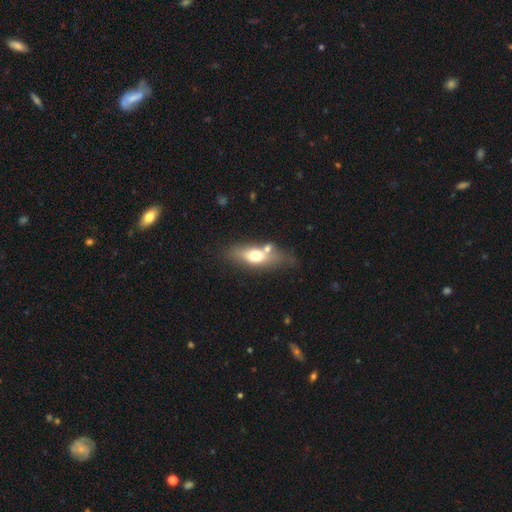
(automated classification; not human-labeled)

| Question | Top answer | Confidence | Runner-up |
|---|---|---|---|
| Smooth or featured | smooth | 57% | featured or disk (35%) |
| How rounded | in between | 66% | cigar-shaped (28%) |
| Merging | none | 52% | merger (21%) |